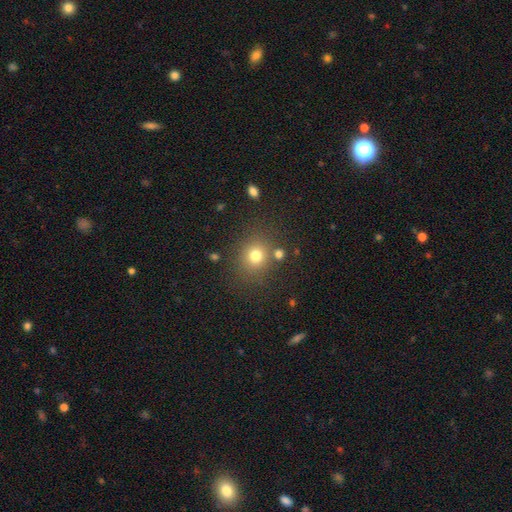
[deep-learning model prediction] This appears to be a smooth galaxy with no disk features (76%) that is round (78%). Merging: none (78%).